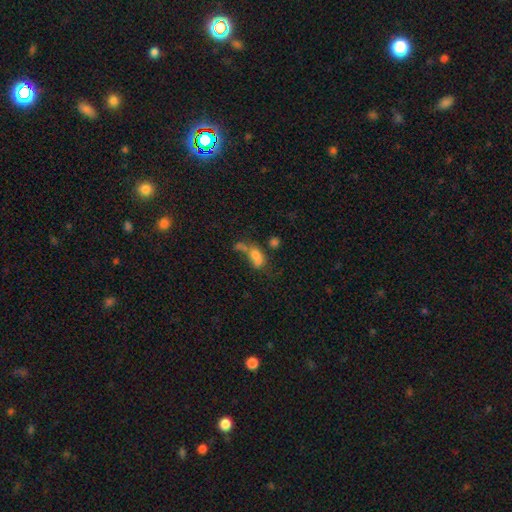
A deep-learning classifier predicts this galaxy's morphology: Smooth or featured: smooth — 63% (featured or disk — 20%)
How rounded: in between — 77% (round — 16%)
Merging: merger — 45% (none — 22%)